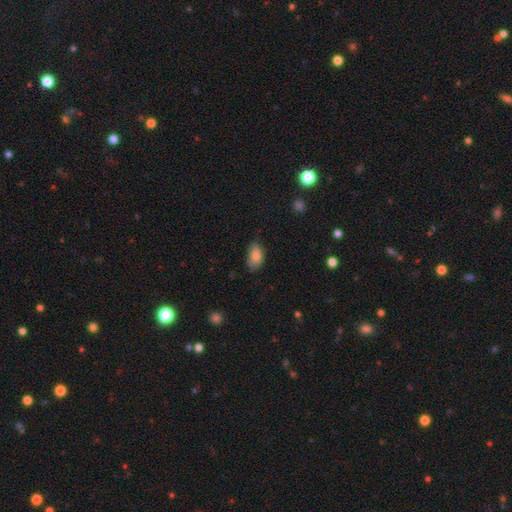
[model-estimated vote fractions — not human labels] Smooth or featured?
  - smooth: 82% *
  - featured or disk: 10%
  - star or artifact: 8%
How rounded?
  - in between: 91% *
  - round: 7%
  - cigar-shaped: 2%
Merging?
  - none: 67% *
  - minor disturbance: 27%
  - major disturbance: 5%
  - merger: 1%